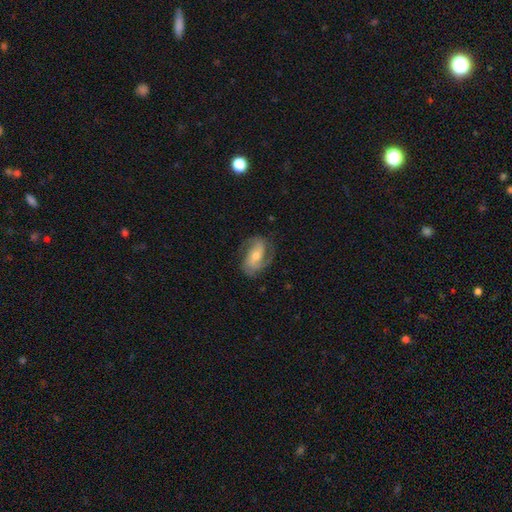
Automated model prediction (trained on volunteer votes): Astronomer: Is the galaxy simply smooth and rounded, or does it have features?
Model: featured or disk — 82%.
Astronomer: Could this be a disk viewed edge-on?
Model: no — 97%.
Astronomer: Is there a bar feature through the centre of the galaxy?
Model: no — 42% (runner-up: weak, 38%).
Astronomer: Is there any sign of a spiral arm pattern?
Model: yes — 96%.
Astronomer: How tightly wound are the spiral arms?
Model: medium — 48% (runner-up: tight, 32%).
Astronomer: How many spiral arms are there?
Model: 2 — 74%.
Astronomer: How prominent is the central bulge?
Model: moderate — 55% (runner-up: small, 39%).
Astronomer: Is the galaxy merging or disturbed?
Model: none — 75%.